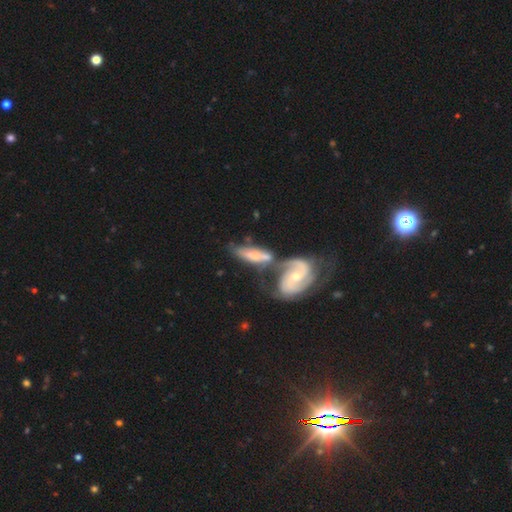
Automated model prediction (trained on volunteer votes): Morphology: type=featured or disk (63%); edge-on=no (80%); bar=no (48%); spiral arms=yes (83%); bulge=small (49%); merging=merger (59%).